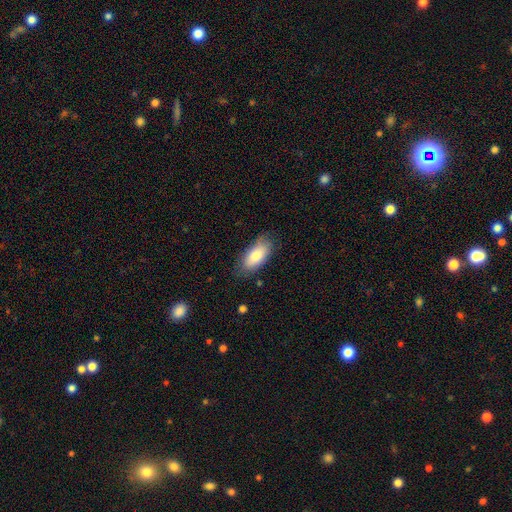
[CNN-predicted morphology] This appears to be a smooth galaxy with no disk features (82%) that is in between round and cigar-shaped (89%). Merging: none (75%).